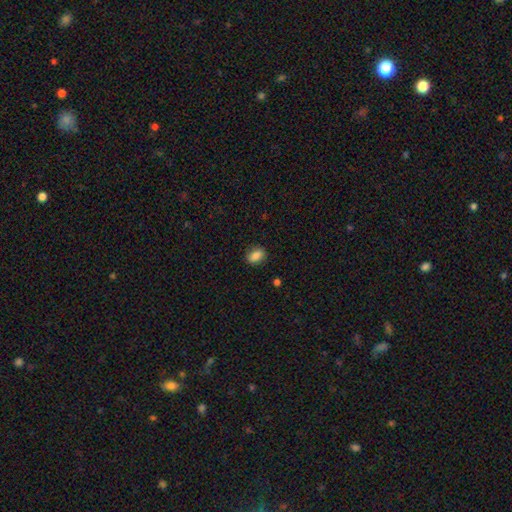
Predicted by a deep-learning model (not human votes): Overall: smooth (86%). How rounded: in between (77%). Merging: none (88%).